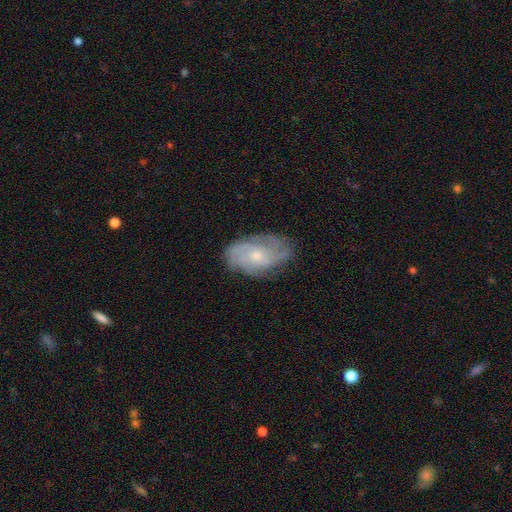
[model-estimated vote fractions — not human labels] Smooth or featured? featured or disk (76%)
Edge-on disk? no (96%)
Bar? no (73%)
Spiral arms? yes (93%)
Spiral winding? tight (50%)
Spiral arm count? can't tell (34%)
Bulge size? small (55%)
Merging? none (75%)